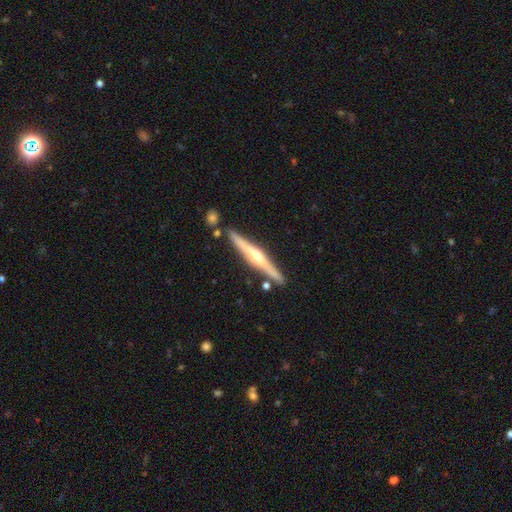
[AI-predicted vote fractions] smooth-or-featured: featured or disk: 79% | smooth: 15% | star or artifact: 5%
  disk-edge-on: yes: 98% | no: 2%
    edge-on-bulge: rounded: 87% | boxy: 7% | none: 6%
  merging: none: 85% | minor disturbance: 9% | merger: 5% | major disturbance: 2%